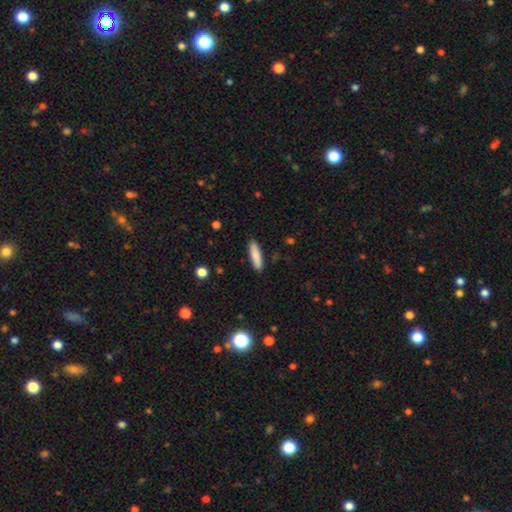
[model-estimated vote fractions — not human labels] A smooth galaxy with no disk features (85%) that is cigar-shaped (73%).

Vote fractions:
- Smooth or featured? smooth: 85% / featured or disk: 9% / star or artifact: 6%
- How rounded? cigar-shaped: 73% / in between: 25% / round: 1%
- Merging? none: 89% / minor disturbance: 8% / major disturbance: 2% / merger: 1%